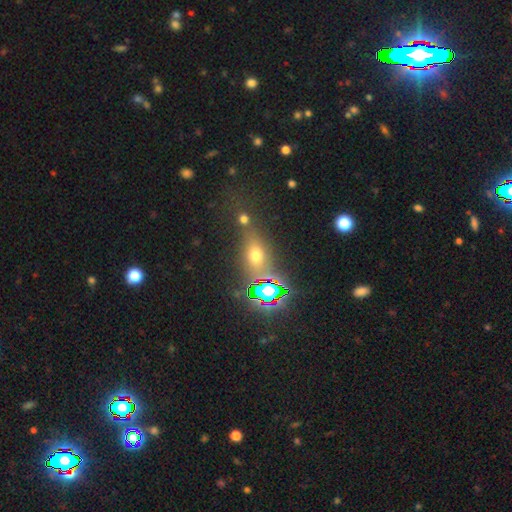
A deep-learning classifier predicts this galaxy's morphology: A smooth galaxy with no disk features (49%).

Vote fractions:
- Smooth or featured? smooth: 49% / star or artifact: 36% / featured or disk: 15%
- Merging? none: 69% / minor disturbance: 13% / merger: 12% / major disturbance: 7%